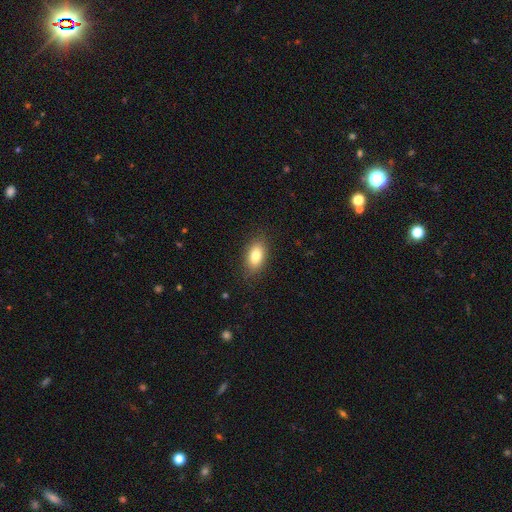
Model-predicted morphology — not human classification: smooth_or_featured: smooth (p=0.80) [alt: featured or disk p=0.12]
how_rounded: in between (p=0.88) [alt: round p=0.08]
merging: none (p=0.86) [alt: minor disturbance p=0.10]